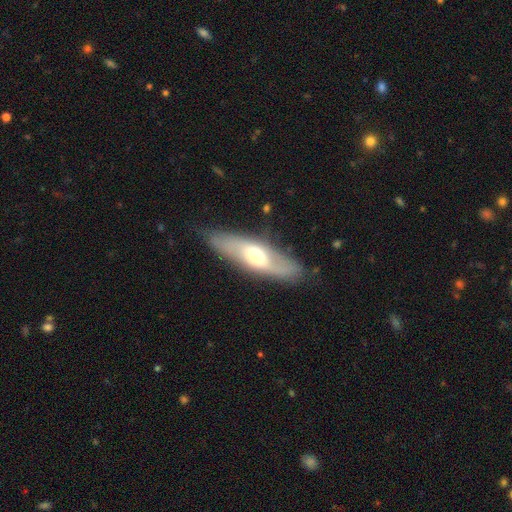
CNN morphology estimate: Smooth or featured?
  - featured or disk: 54% *
  - smooth: 40%
  - star or artifact: 6%
Edge-on disk?
  - no: 66% *
  - yes: 34%
Merging?
  - none: 80% *
  - minor disturbance: 14%
  - major disturbance: 4%
  - merger: 2%